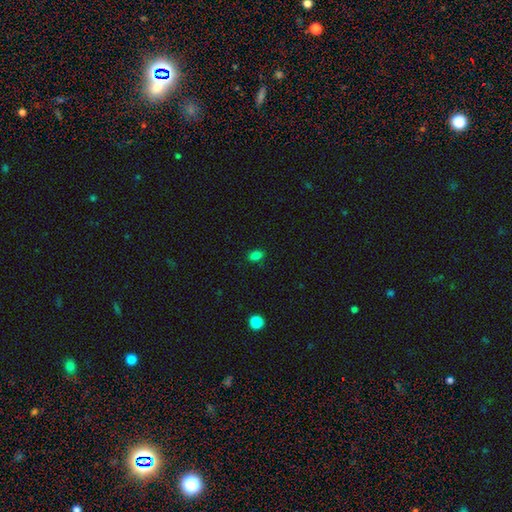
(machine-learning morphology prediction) smooth 82%, star or artifact 15%, featured or disk 4%. Down the decision tree: how rounded — in between (79%); merging — none (86%).